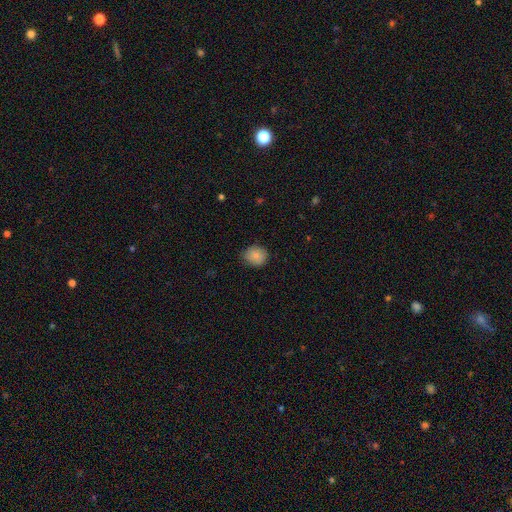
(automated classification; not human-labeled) Smooth or featured? smooth (86%)
How rounded? round (71%)
Merging? none (78%)